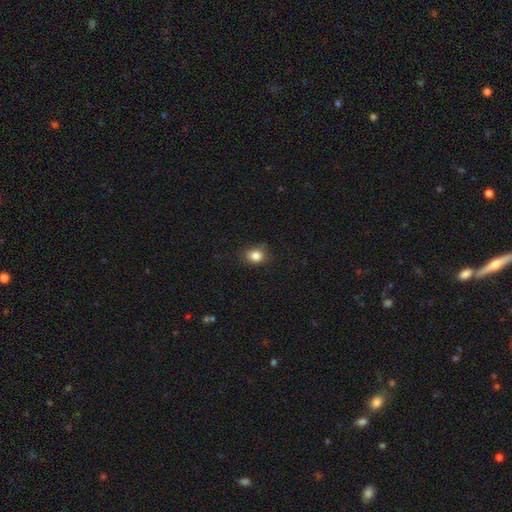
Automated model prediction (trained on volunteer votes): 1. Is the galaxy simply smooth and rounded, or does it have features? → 85% smooth, 10% star or artifact, 5% featured or disk.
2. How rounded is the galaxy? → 58% round, 41% in between, 1% cigar-shaped.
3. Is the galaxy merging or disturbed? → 82% none, 14% minor disturbance, 3% major disturbance, 1% merger.